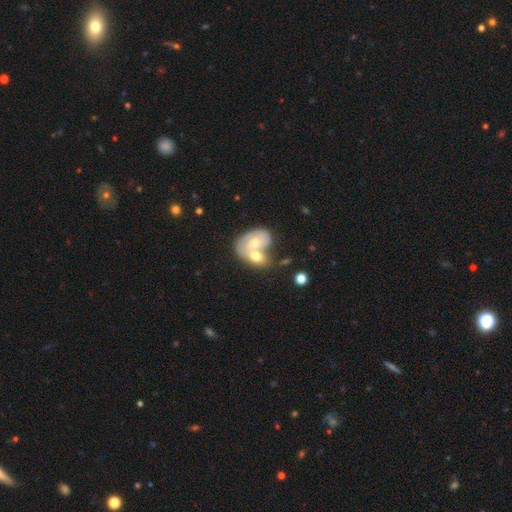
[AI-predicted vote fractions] This is possibly a smooth galaxy (50%). How rounded: likely in between (74%). Merging: likely merger (74%).